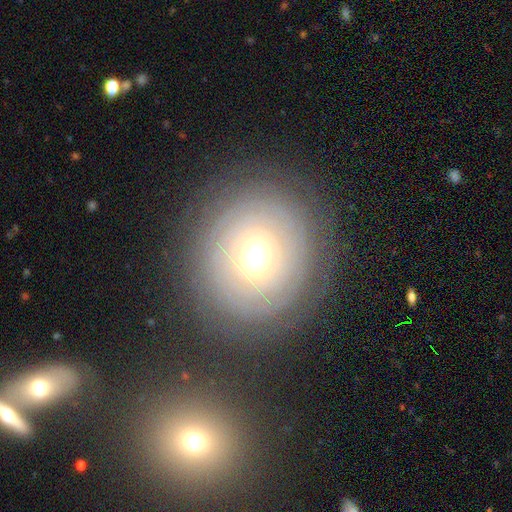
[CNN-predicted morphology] Q: Smooth or featured?
A: featured or disk (47%); runner-up: smooth (40%)
Q: Merging?
A: none (78%); runner-up: minor disturbance (12%)